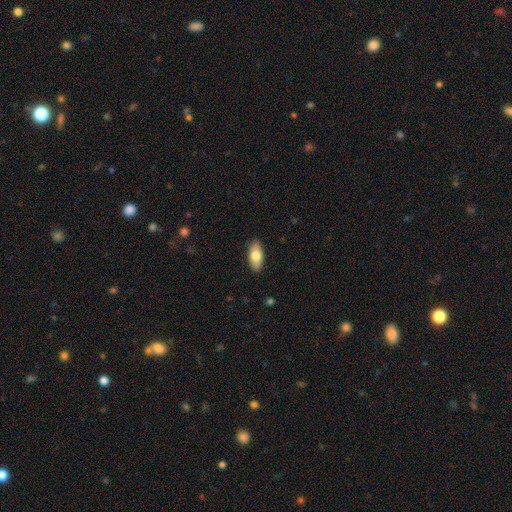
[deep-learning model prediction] smooth_or_featured: smooth (p=0.77) [alt: featured or disk p=0.17]
how_rounded: in between (p=0.89) [alt: cigar-shaped p=0.09]
merging: none (p=0.89) [alt: minor disturbance p=0.08]